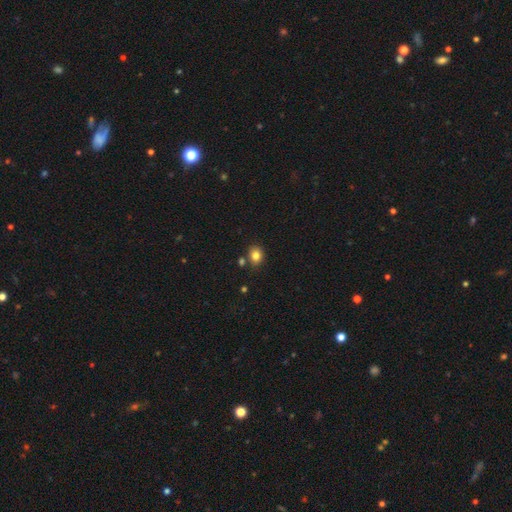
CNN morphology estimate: smooth 82%, star or artifact 11%, featured or disk 7%. Down the decision tree: how rounded — round (58%); merging — none (75%).